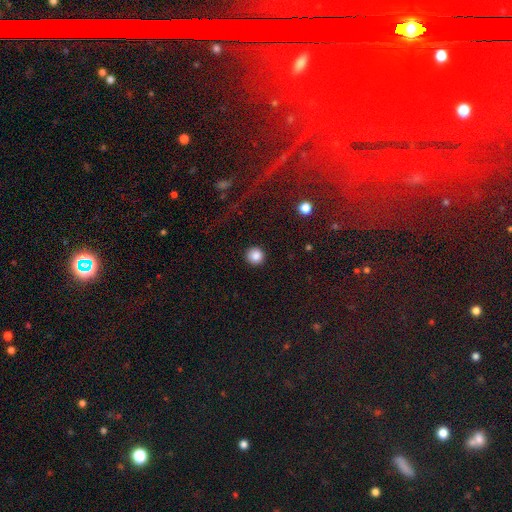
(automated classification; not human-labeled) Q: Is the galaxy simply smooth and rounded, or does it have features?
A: smooth — 86%.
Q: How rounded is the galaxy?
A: round — 95%.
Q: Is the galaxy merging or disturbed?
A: none — 92%.